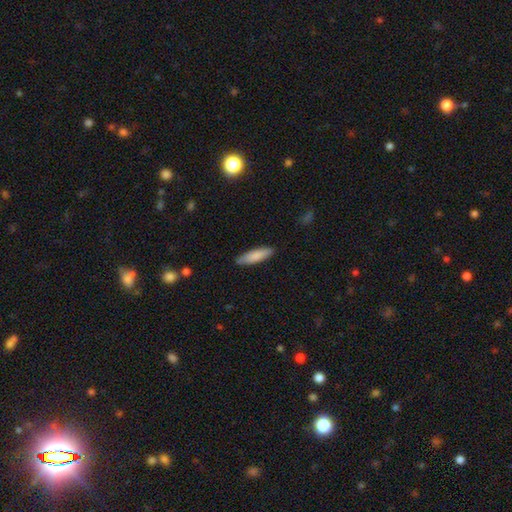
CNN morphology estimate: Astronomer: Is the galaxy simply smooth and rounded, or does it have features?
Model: smooth — 83%.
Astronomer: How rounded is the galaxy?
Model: cigar-shaped — 64%.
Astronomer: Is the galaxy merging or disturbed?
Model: none — 87%.